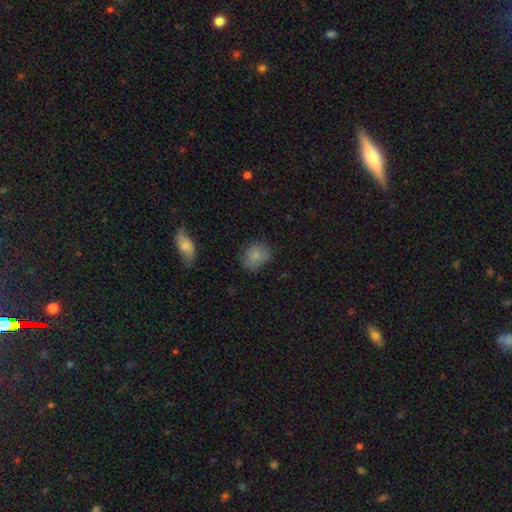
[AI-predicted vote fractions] The model was most divided on "how rounded": round: 58%, in between: 41%, cigar-shaped: 1%. More confident: smooth or featured — smooth (80%); merging — none (67%).